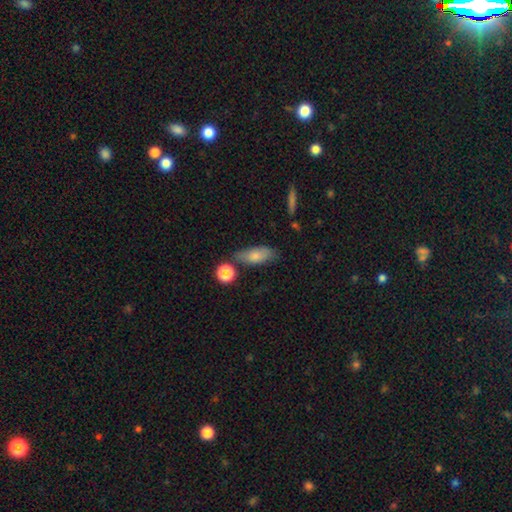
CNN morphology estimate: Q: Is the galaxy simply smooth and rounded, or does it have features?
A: smooth — 76%.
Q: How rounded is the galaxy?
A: in between — 77%.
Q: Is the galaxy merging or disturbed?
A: none — 63%.